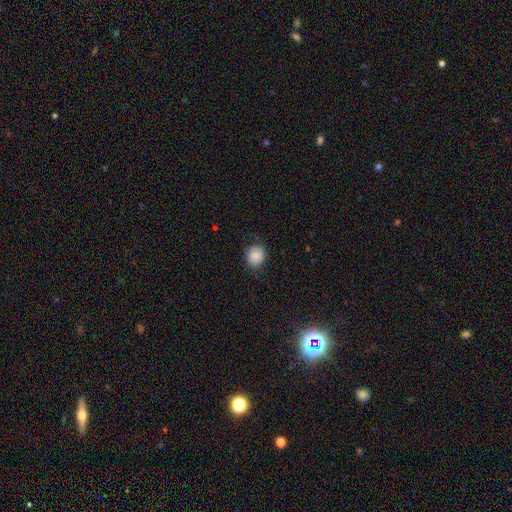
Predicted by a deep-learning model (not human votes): Smooth or featured? Predicted: smooth (p=0.86). How rounded? Predicted: round (p=0.70). Merging? Predicted: none (p=0.79).